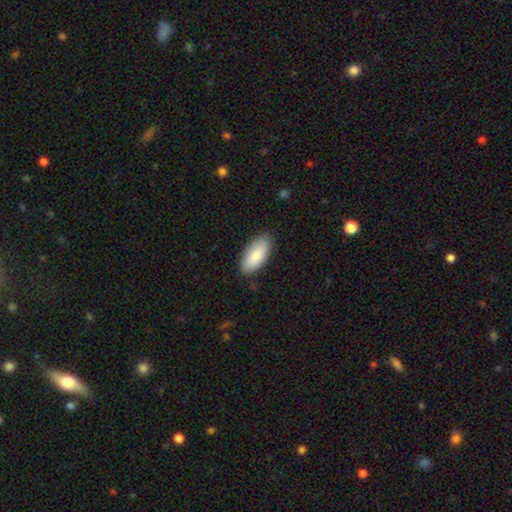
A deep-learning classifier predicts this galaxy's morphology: Q: Smooth or featured?
A: smooth (84%); runner-up: featured or disk (10%)
Q: How rounded?
A: in between (91%); runner-up: cigar-shaped (7%)
Q: Merging?
A: none (84%); runner-up: minor disturbance (13%)